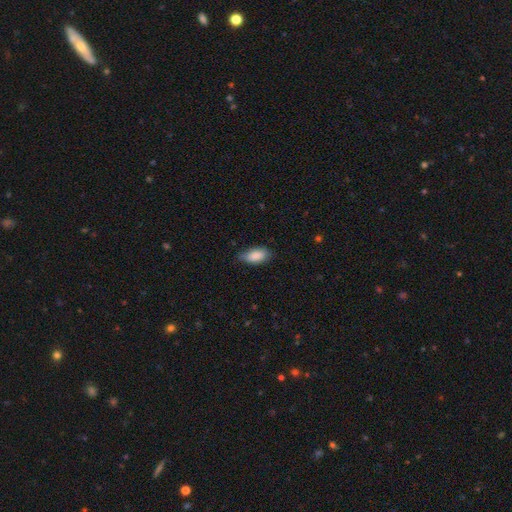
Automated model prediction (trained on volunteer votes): smooth 87%, star or artifact 7%, featured or disk 6%. Down the decision tree: how rounded — in between (91%); merging — none (66%).